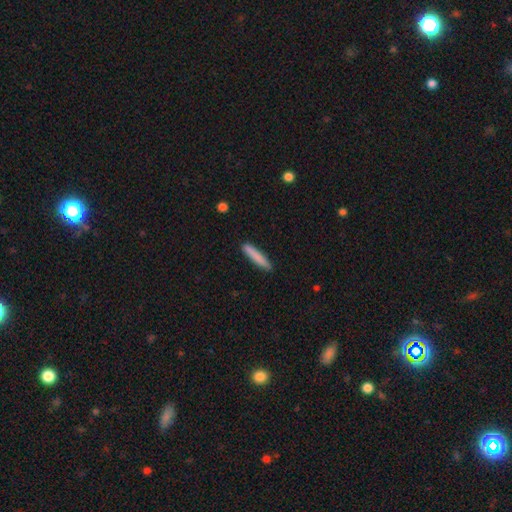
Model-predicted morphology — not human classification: Q: Smooth or featured?
A: smooth (84%); runner-up: featured or disk (10%)
Q: How rounded?
A: cigar-shaped (92%); runner-up: in between (7%)
Q: Merging?
A: none (89%); runner-up: minor disturbance (8%)